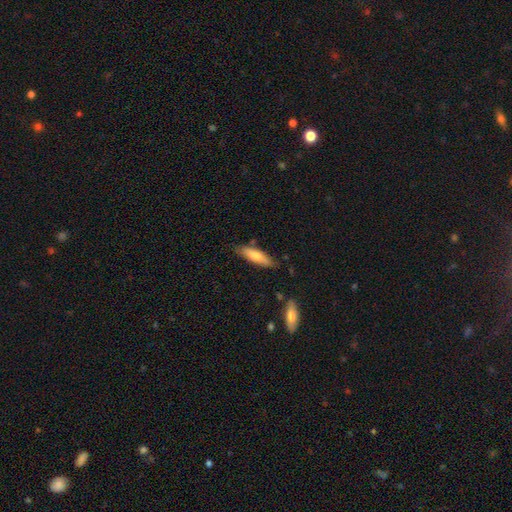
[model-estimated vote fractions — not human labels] smooth-or-featured: smooth: 74% | featured or disk: 21% | star or artifact: 6%
  how-rounded: cigar-shaped: 63% | in between: 36% | round: 1%
  merging: none: 77% | minor disturbance: 17% | merger: 3% | major disturbance: 3%